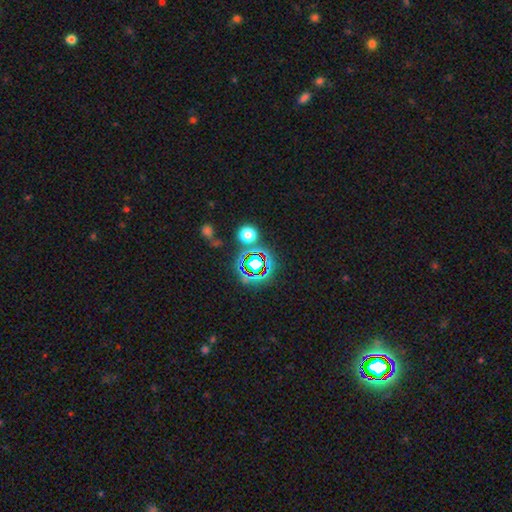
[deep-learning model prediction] A star or artifact, not a galaxy (63%).